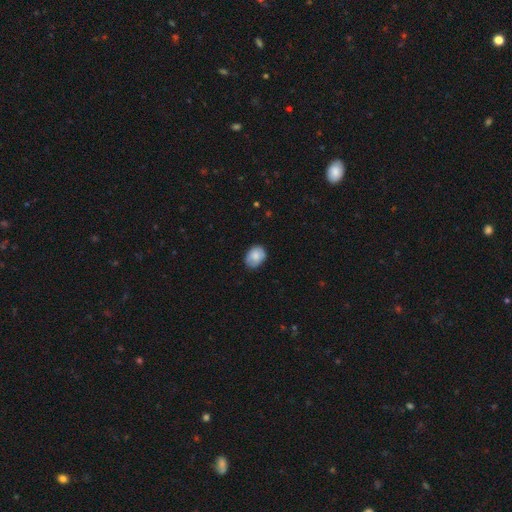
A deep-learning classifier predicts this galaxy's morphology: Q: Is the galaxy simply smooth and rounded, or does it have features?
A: smooth — 83%.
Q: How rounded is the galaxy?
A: in between — 70%.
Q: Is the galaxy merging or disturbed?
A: none — 75%.